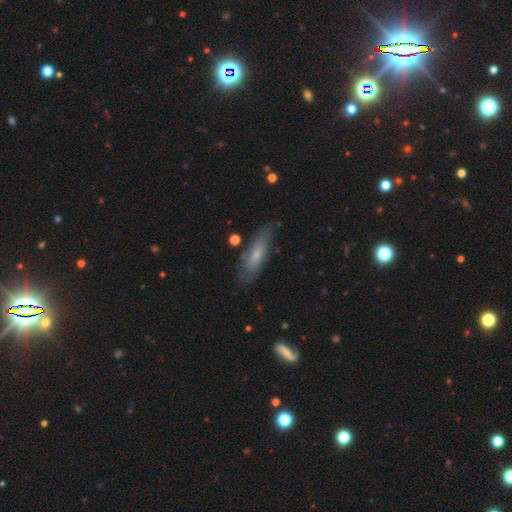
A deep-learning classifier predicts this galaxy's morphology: smooth 53%, featured or disk 39%, star or artifact 8%. Down the decision tree: how rounded — cigar-shaped (53%); merging — none (75%).